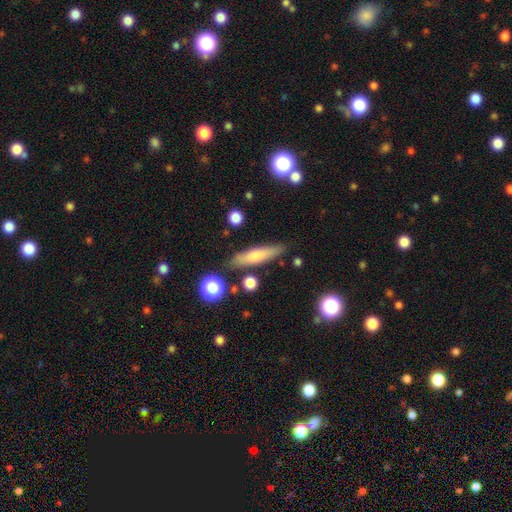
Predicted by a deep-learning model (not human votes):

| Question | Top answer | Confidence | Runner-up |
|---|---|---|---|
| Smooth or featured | smooth | 64% | featured or disk (29%) |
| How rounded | cigar-shaped | 79% | in between (19%) |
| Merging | none | 82% | minor disturbance (11%) |